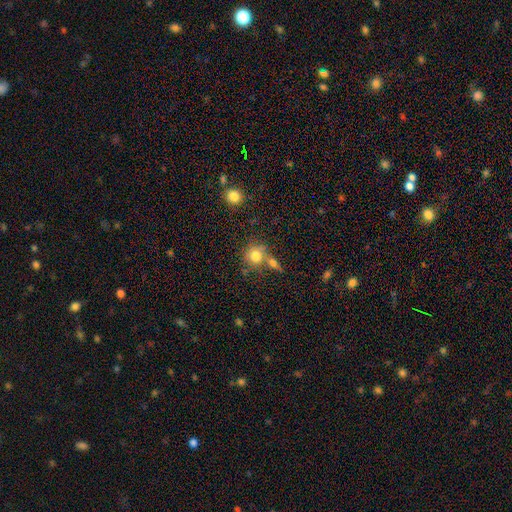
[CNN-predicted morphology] Smooth or featured? Predicted: smooth (p=0.78). How rounded? Predicted: round (p=0.82). Merging? Predicted: none (p=0.52).